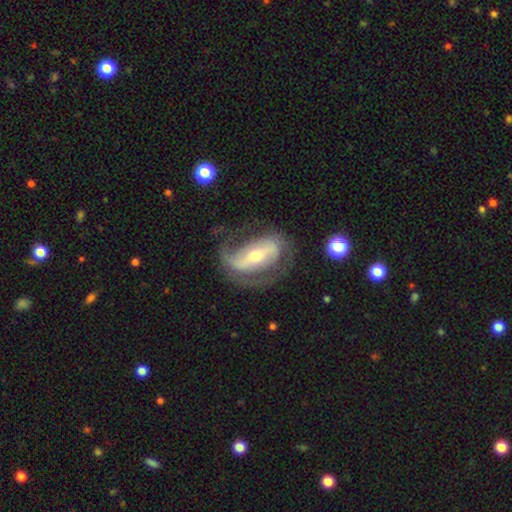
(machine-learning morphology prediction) Smooth or featured?
  - featured or disk: 84% *
  - smooth: 11%
  - star or artifact: 5%
Edge-on disk?
  - no: 94% *
  - yes: 6%
Bar?
  - strong: 59% *
  - weak: 26%
  - no: 14%
Spiral arms?
  - yes: 88% *
  - no: 12%
Spiral winding?
  - medium: 45% *
  - loose: 28%
  - tight: 27%
Spiral arm count?
  - 2: 78% *
  - 1: 10%
  - can't tell: 8%
  - 3: 2%
  - 4: 1%
  - more than 4: 1%
Bulge size?
  - moderate: 51% *
  - small: 41%
  - large: 5%
  - none: 1%
  - dominant: 1%
Merging?
  - none: 60% *
  - minor disturbance: 19%
  - major disturbance: 18%
  - merger: 2%